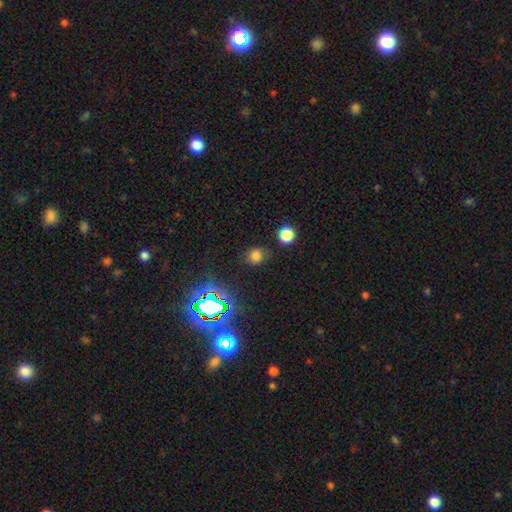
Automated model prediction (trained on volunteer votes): The model was most divided on "smooth or featured": smooth: 71%, star or artifact: 23%, featured or disk: 6%. More confident: merging — none (81%); how rounded — round (81%).